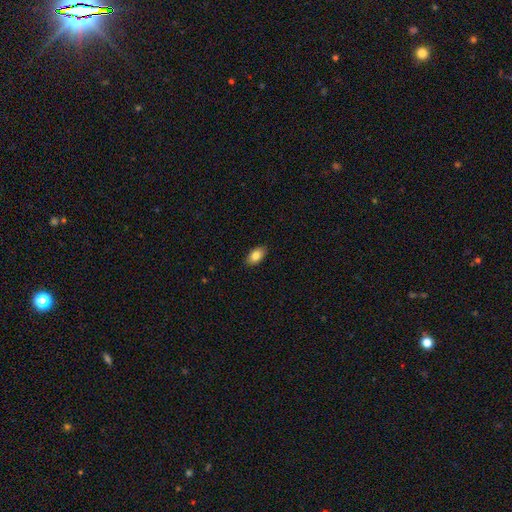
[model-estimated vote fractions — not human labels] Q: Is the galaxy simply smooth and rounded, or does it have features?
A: smooth — 85%.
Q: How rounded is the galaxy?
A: in between — 92%.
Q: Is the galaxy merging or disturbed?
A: none — 88%.